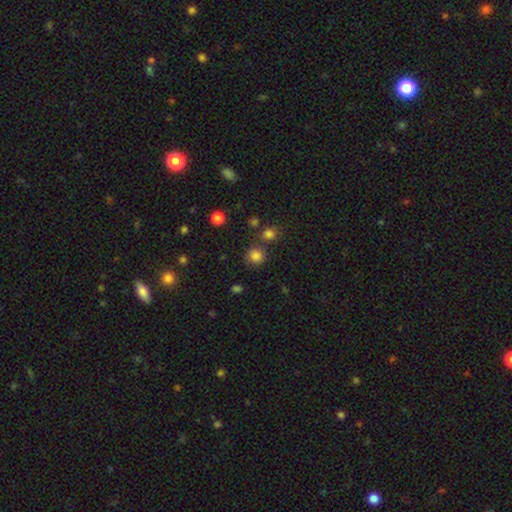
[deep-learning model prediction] The model was most divided on "merging": none: 75%, minor disturbance: 10%, merger: 10%, major disturbance: 4%. More confident: how rounded — round (91%); smooth or featured — smooth (81%).